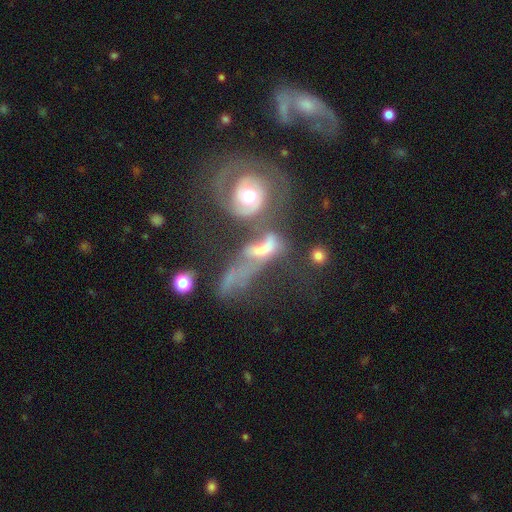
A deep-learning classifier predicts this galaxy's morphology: A featured or disk galaxy (66%) with no bar (70%), spiral arms (56%) and a moderate central bulge (53%). Merging: merger (52%).